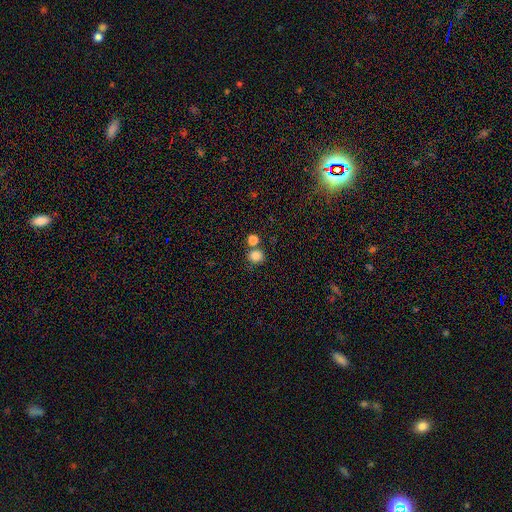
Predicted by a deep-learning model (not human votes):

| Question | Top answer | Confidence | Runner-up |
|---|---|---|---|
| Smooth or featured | smooth | 84% | star or artifact (11%) |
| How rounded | round | 78% | in between (21%) |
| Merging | none | 66% | merger (22%) |